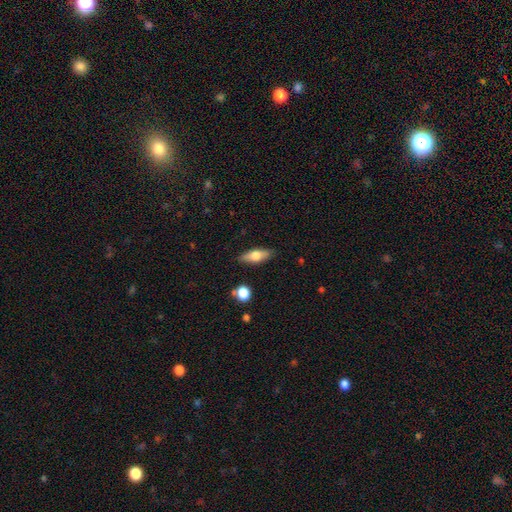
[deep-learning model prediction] Smooth or featured? smooth (62%)
How rounded? in between (67%)
Merging? none (85%)